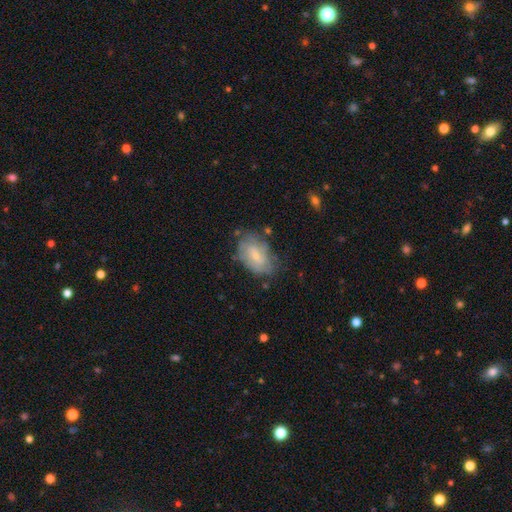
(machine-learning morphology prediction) The model was most divided on "smooth or featured": featured or disk: 47%, smooth: 46%, star or artifact: 7%. More confident: merging — none (59%).